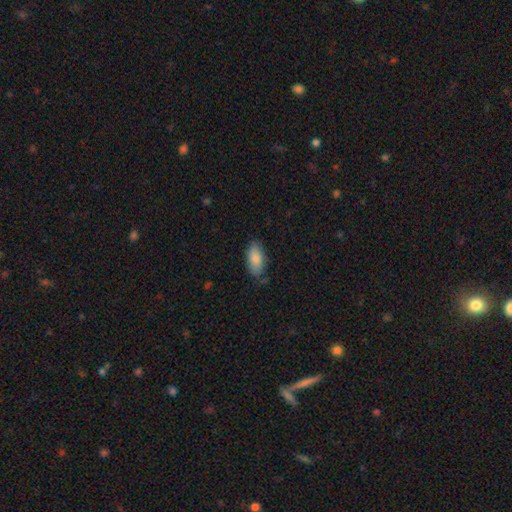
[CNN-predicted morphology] A smooth galaxy with no disk features (82%) that is in between round and cigar-shaped (89%). Merging: none (78%).